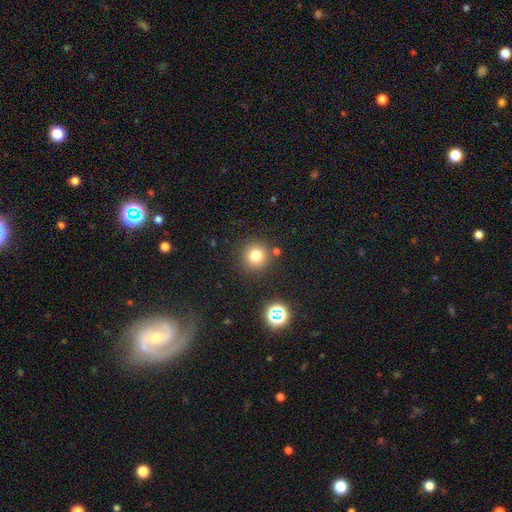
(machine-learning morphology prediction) smooth-or-featured: smooth: 78% | star or artifact: 15% | featured or disk: 7%
  how-rounded: round: 95% | in between: 4% | cigar-shaped: 1%
  merging: none: 86% | minor disturbance: 7% | merger: 5% | major disturbance: 3%